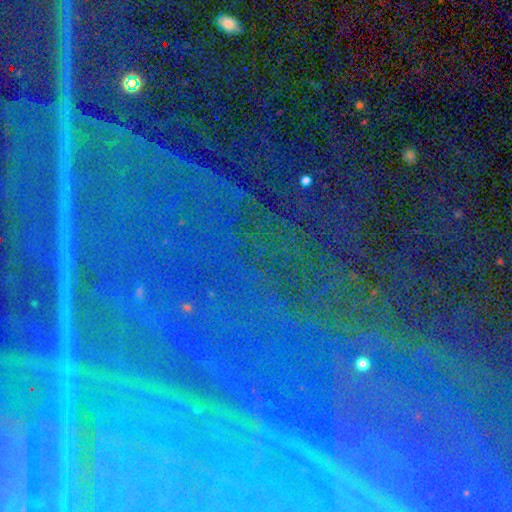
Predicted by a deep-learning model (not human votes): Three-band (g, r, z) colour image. It shows a star or artifact, not a galaxy (85%).